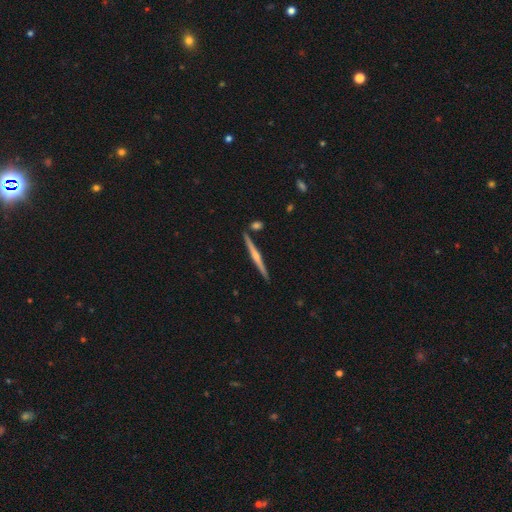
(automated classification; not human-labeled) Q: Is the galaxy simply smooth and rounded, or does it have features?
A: featured or disk — 70%.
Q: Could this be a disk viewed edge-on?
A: yes — 98%.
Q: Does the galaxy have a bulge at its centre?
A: rounded — 69%.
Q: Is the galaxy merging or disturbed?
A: none — 89%.